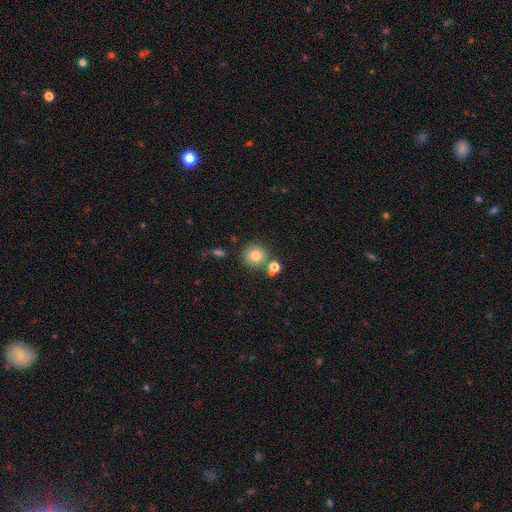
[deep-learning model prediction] A smooth galaxy with no disk features (79%) that is round (93%).

Vote fractions:
- Smooth or featured? smooth: 79% / star or artifact: 12% / featured or disk: 9%
- How rounded? round: 93% / in between: 6% / cigar-shaped: 1%
- Merging? none: 74% / merger: 13% / minor disturbance: 9% / major disturbance: 3%